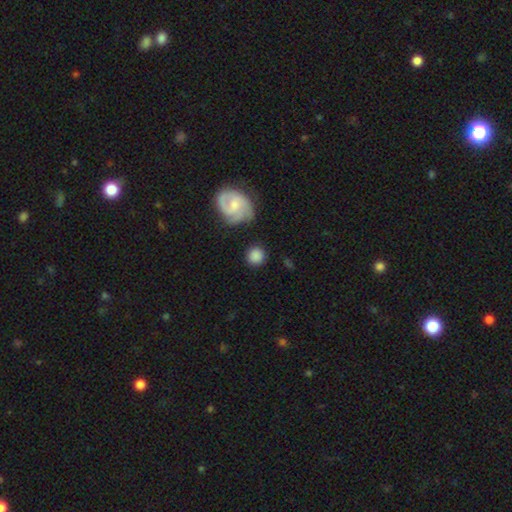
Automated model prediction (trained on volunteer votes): smooth 77%, featured or disk 16%, star or artifact 7%. Down the decision tree: how rounded — round (90%); merging — none (79%).